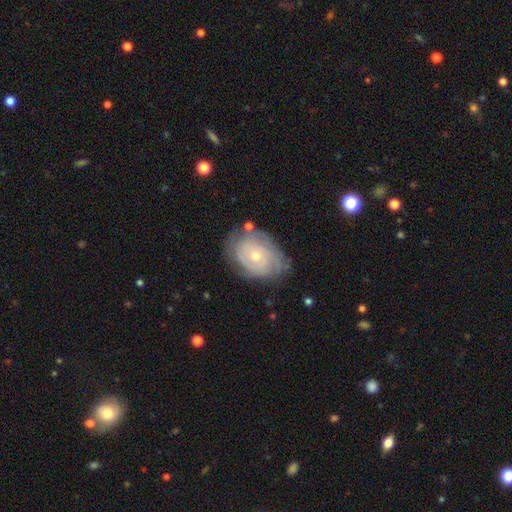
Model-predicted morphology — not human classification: Smooth or featured: featured or disk — 77% (smooth — 16%)
Edge-on disk: no — 96% (yes — 4%)
Bar: no — 77% (weak — 20%)
Spiral arms: yes — 91% (no — 9%)
Spiral winding: tight — 73% (medium — 21%)
Spiral arm count: can't tell — 41% (2 — 21%)
Bulge size: small — 61% (moderate — 35%)
Merging: none — 71% (minor disturbance — 20%)